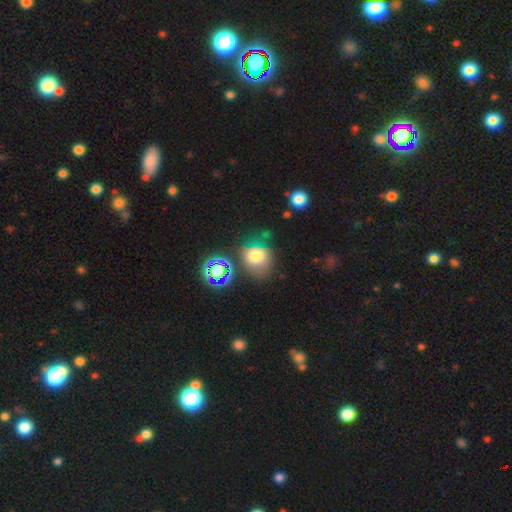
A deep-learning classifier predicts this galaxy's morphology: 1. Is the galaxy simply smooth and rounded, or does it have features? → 65% smooth, 20% star or artifact, 15% featured or disk.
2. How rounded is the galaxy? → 68% round, 31% in between, 1% cigar-shaped.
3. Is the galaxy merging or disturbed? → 51% none, 25% minor disturbance, 15% major disturbance, 10% merger.